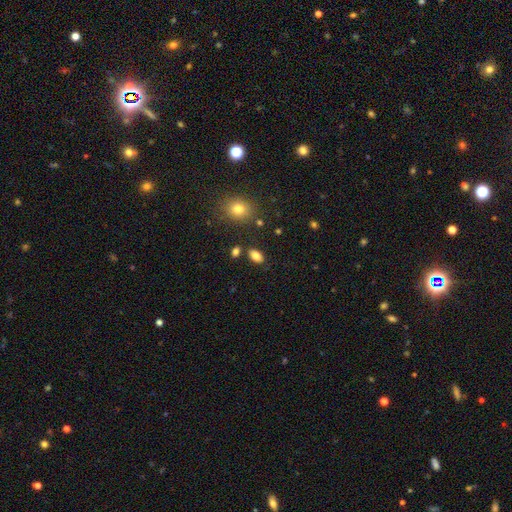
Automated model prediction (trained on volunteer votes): This appears to be a smooth galaxy with no disk features (83%) that is in between round and cigar-shaped (90%). Merging: none (82%).